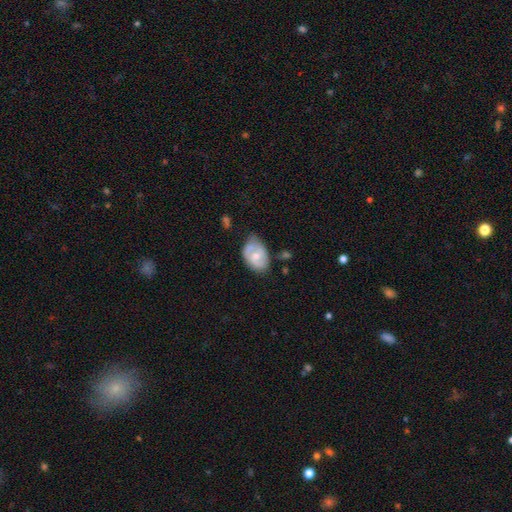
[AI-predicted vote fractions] The model was most divided on "smooth or featured": featured or disk: 56%, smooth: 38%, star or artifact: 6%. More confident: edge-on disk — no (96%); spiral arms — yes (71%); bulge size — moderate (60%); bar — no (59%); merging — none (54%).